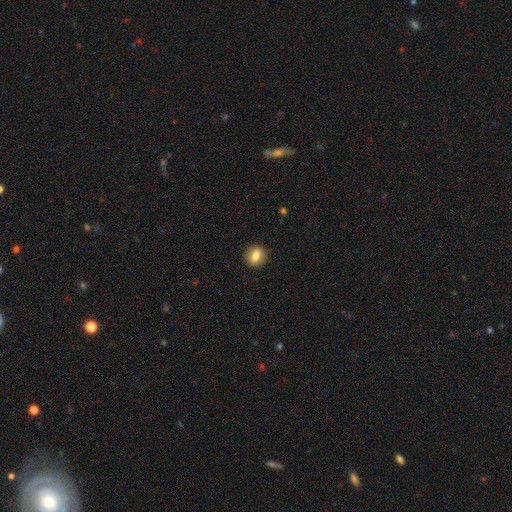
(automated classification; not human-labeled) A smooth galaxy with no disk features (81%) that is round (75%).

Vote fractions:
- Smooth or featured? smooth: 81% / featured or disk: 10% / star or artifact: 9%
- How rounded? round: 75% / in between: 24% / cigar-shaped: 1%
- Merging? none: 90% / minor disturbance: 7% / major disturbance: 2% / merger: 1%